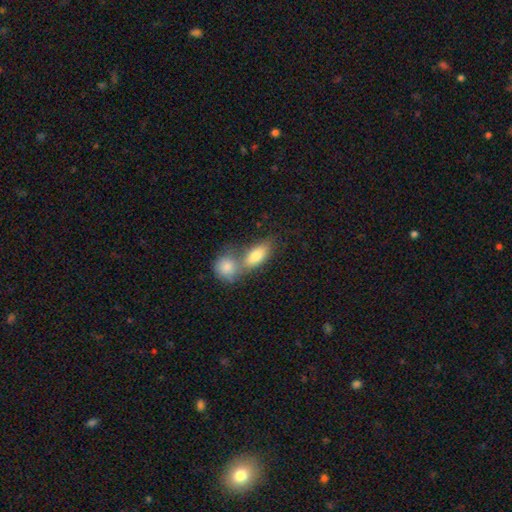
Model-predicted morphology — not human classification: This appears to be a smooth galaxy with no disk features (80%) that is in between round and cigar-shaped (82%). Merging: merger (56%).